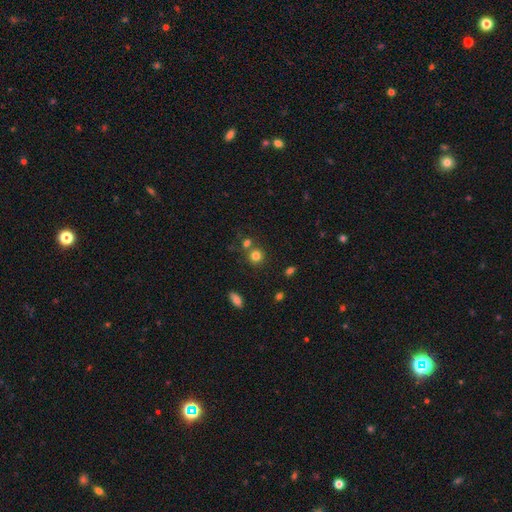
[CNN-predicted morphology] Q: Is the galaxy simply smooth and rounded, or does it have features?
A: smooth — 79%.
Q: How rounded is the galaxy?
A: round — 88%.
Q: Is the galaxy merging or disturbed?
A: none — 68%.